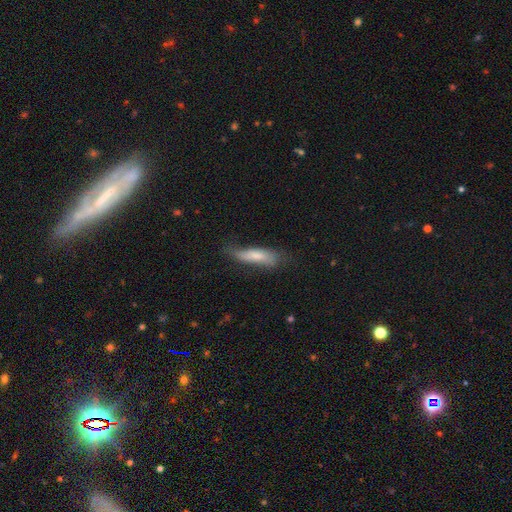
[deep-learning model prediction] This appears to be a smooth galaxy with no disk features (69%) that is cigar-shaped (64%). Merging: none (53%).